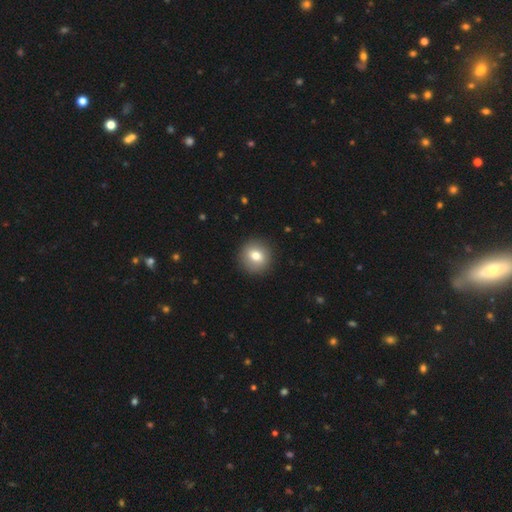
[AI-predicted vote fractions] Morphology: type=smooth (77%); roundness=round (93%); merging=none (92%).